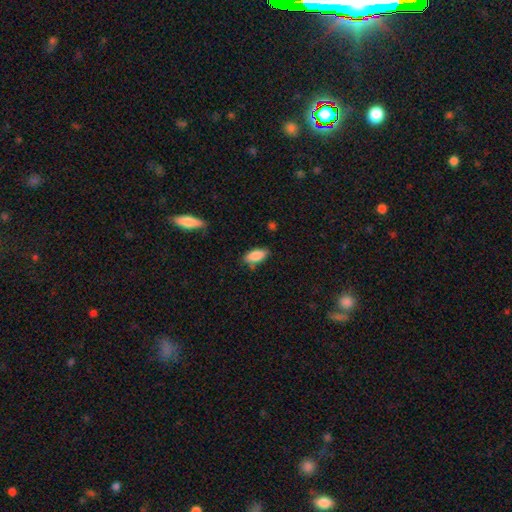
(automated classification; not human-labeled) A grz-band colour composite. It shows a smooth galaxy with no disk features (87%) that is in between round and cigar-shaped (88%). Merging: none (75%).